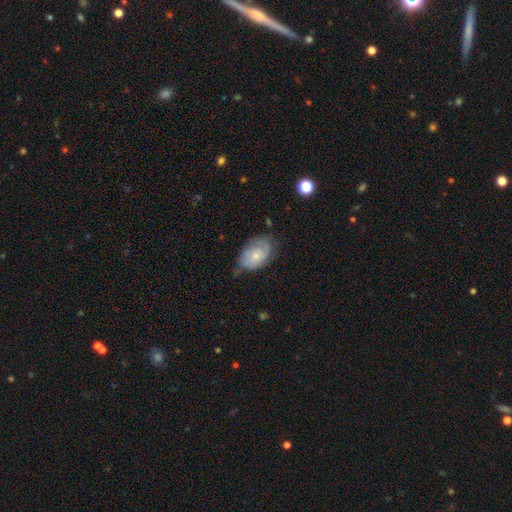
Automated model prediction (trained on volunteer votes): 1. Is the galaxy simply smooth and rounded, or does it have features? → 49% featured or disk, 44% smooth, 7% star or artifact.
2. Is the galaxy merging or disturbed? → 57% none, 31% minor disturbance, 11% major disturbance, 2% merger.